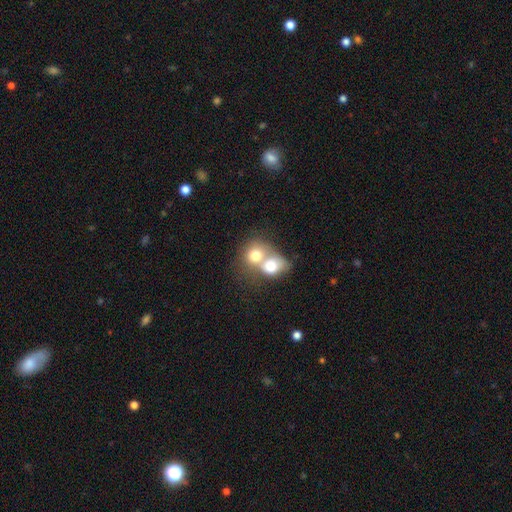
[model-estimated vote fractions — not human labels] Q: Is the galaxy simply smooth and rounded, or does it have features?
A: smooth — 71%.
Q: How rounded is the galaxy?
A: round — 61%.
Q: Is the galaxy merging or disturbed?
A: merger — 73%.